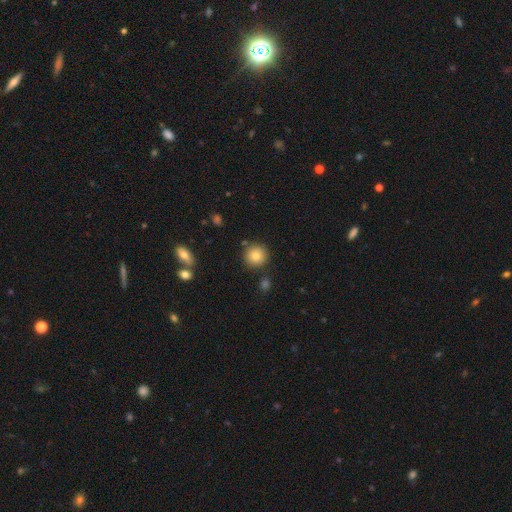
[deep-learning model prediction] This appears to be a smooth galaxy with no disk features (82%) that is round (92%). Merging: none (84%).